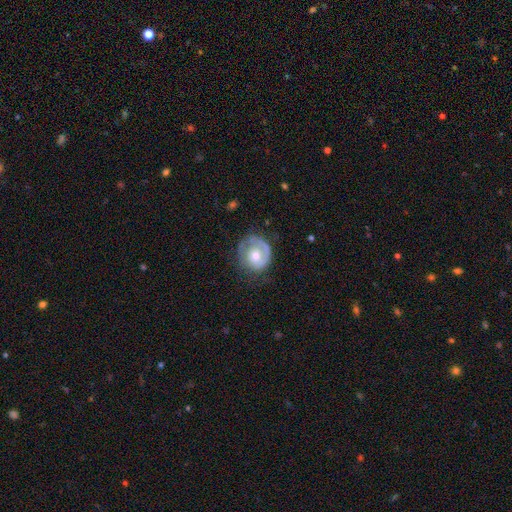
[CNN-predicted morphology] Overall: featured or disk (60%; smooth 34%). Edge-on disk: no (97%). Bar: no (79%). Spiral arms: yes (70%). Bulge size: moderate (67%). Merging: none (58%; minor disturbance 23%).